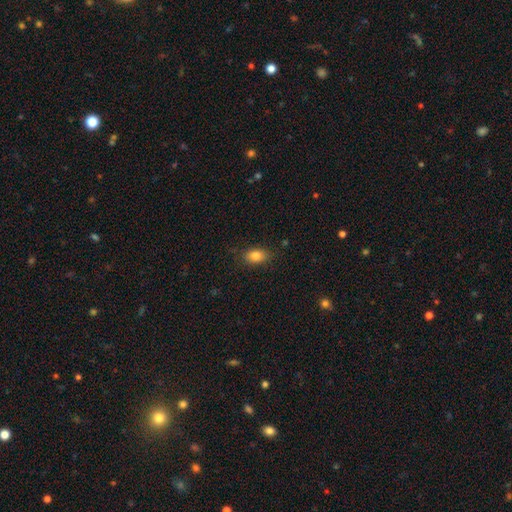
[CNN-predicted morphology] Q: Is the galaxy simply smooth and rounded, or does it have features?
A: smooth — 83%.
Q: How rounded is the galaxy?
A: in between — 83%.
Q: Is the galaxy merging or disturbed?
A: none — 82%.